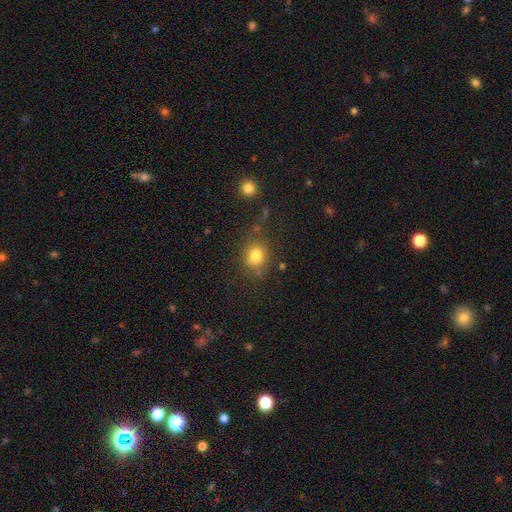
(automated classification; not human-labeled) The model was most divided on "how rounded": round: 76%, in between: 23%, cigar-shaped: 1%. More confident: smooth or featured — smooth (80%); merging — none (74%).